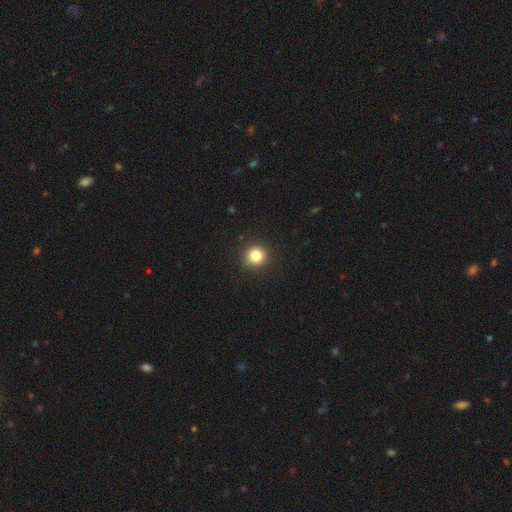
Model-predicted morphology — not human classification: Smooth or featured: smooth — 83% (star or artifact — 12%)
How rounded: round — 93% (in between — 6%)
Merging: none — 90% (minor disturbance — 7%)